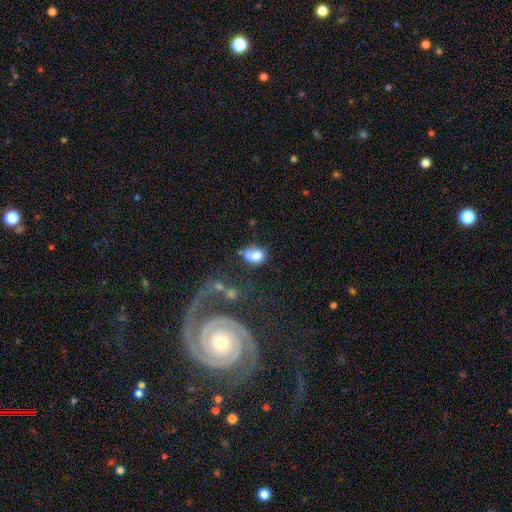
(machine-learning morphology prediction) This appears to be a smooth galaxy with no disk features (74%) that is in between round and cigar-shaped (67%). Merging: none (40%).